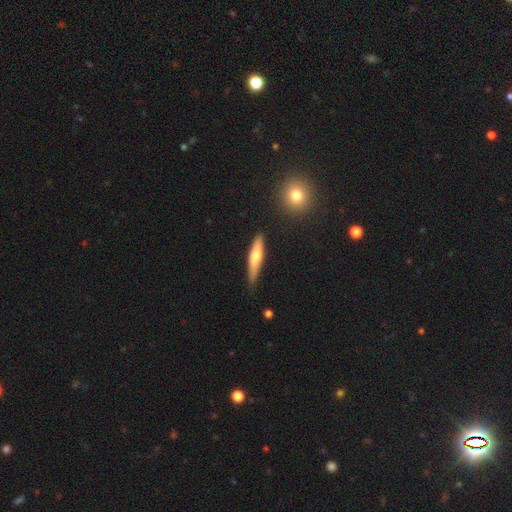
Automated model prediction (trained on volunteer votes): Smooth or featured: smooth — 56% (featured or disk — 39%)
How rounded: cigar-shaped — 82% (in between — 16%)
Merging: none — 79% (minor disturbance — 17%)